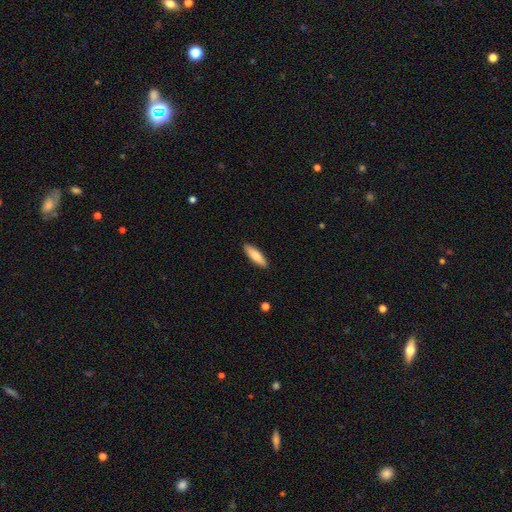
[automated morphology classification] The model was most divided on "how rounded": cigar-shaped: 56%, in between: 42%, round: 2%. More confident: merging — none (90%); smooth or featured — smooth (81%).